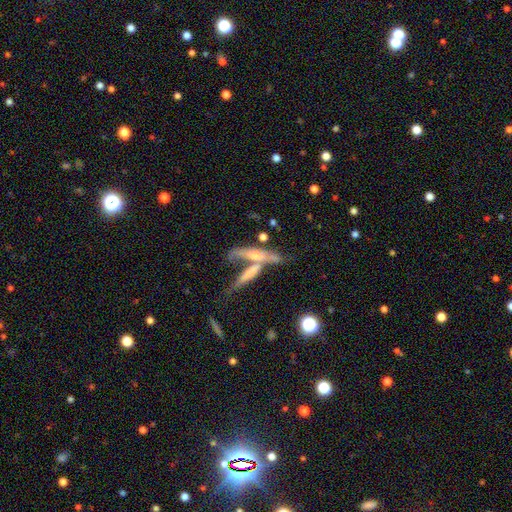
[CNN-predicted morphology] featured or disk 51%, smooth 40%, star or artifact 8%. Down the decision tree: edge-on disk — yes (75%); merging — merger (46%).